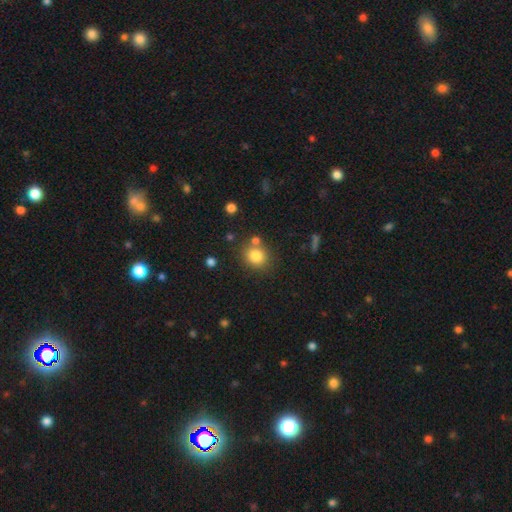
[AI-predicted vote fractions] A smooth galaxy with no disk features (82%) that is round (75%). Merging: none (72%).